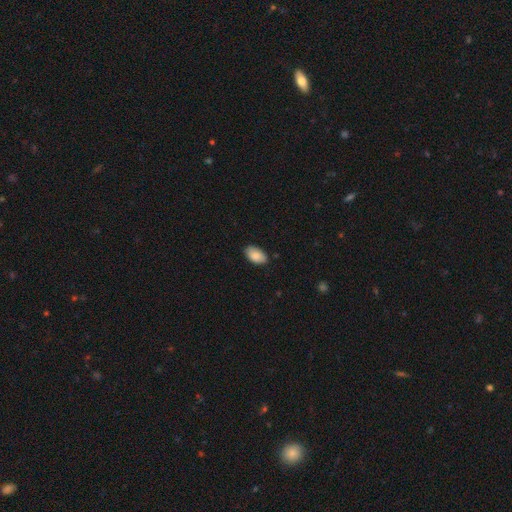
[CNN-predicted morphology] Smooth or featured? Predicted: smooth (p=0.88). How rounded? Predicted: in between (p=0.94). Merging? Predicted: none (p=0.83).